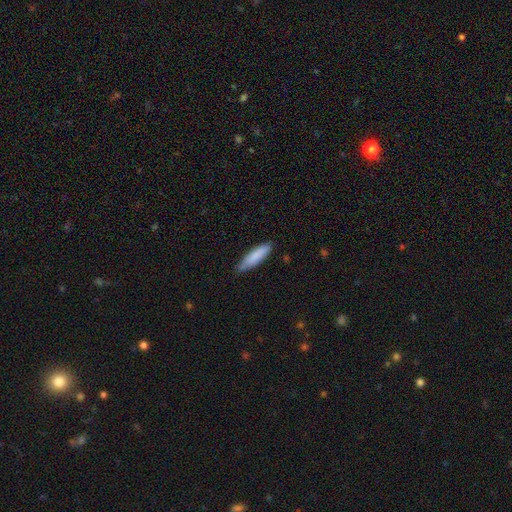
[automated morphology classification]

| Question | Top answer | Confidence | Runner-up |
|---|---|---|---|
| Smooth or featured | smooth | 83% | featured or disk (11%) |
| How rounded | cigar-shaped | 69% | in between (29%) |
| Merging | none | 77% | minor disturbance (19%) |